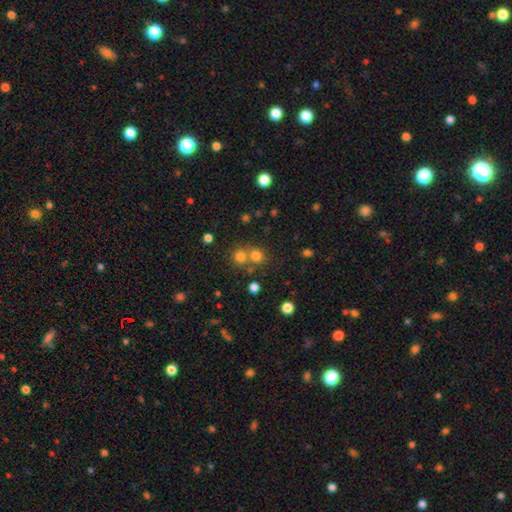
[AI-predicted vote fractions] smooth 74%, star or artifact 18%, featured or disk 8%. Down the decision tree: how rounded — round (86%); merging — none (55%).